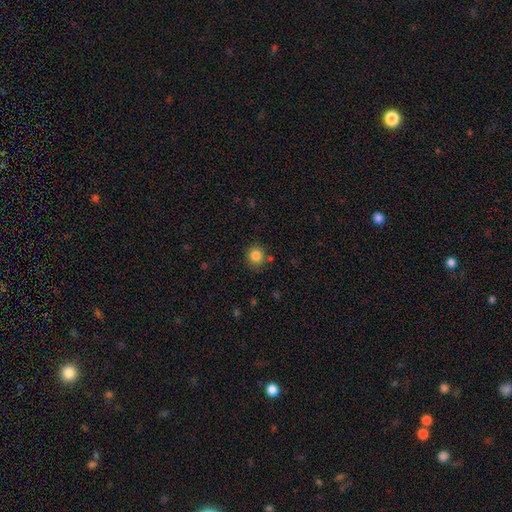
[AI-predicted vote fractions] The model was most divided on "how rounded": round: 85%, in between: 14%, cigar-shaped: 1%. More confident: smooth or featured — smooth (84%); merging — none (83%).